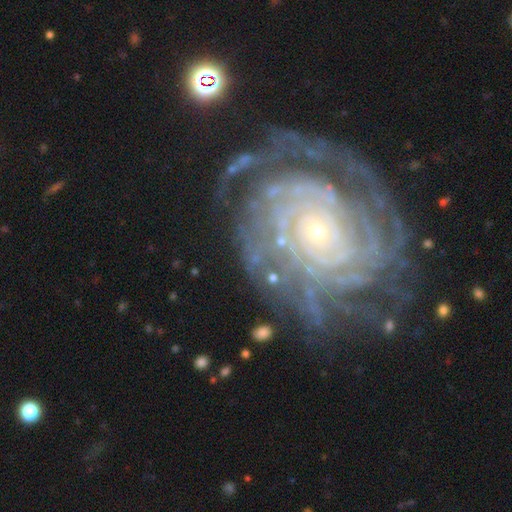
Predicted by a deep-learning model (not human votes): Smooth or featured?
  - featured or disk: 89% *
  - star or artifact: 6%
  - smooth: 4%
Edge-on disk?
  - no: 97% *
  - yes: 3%
Bar?
  - no: 78% *
  - weak: 15%
  - strong: 8%
Spiral arms?
  - yes: 98% *
  - no: 2%
Spiral winding?
  - tight: 83% *
  - medium: 14%
  - loose: 3%
Spiral arm count?
  - more than 4: 24% *
  - can't tell: 23%
  - 4: 17%
  - 2: 15%
  - 3: 13%
  - 1: 8%
Bulge size?
  - small: 78% *
  - moderate: 18%
  - large: 2%
  - none: 1%
  - dominant: 1%
Merging?
  - none: 69% *
  - minor disturbance: 16%
  - major disturbance: 11%
  - merger: 3%